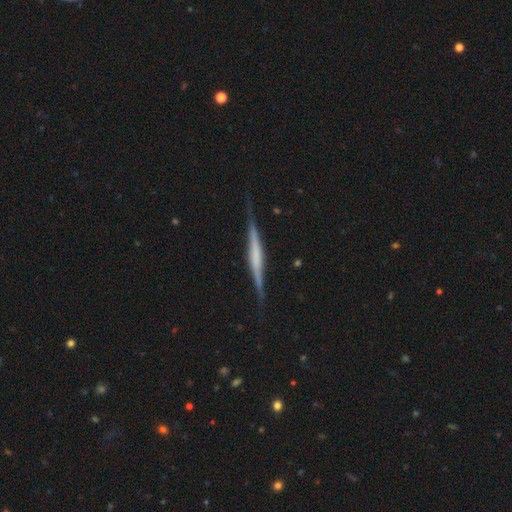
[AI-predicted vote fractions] Q: Smooth or featured?
A: featured or disk (74%); runner-up: smooth (21%)
Q: Edge-on disk?
A: yes (97%); runner-up: no (3%)
Q: Edge-on bulge?
A: none (39%); runner-up: boxy (34%)
Q: Merging?
A: none (83%); runner-up: minor disturbance (12%)